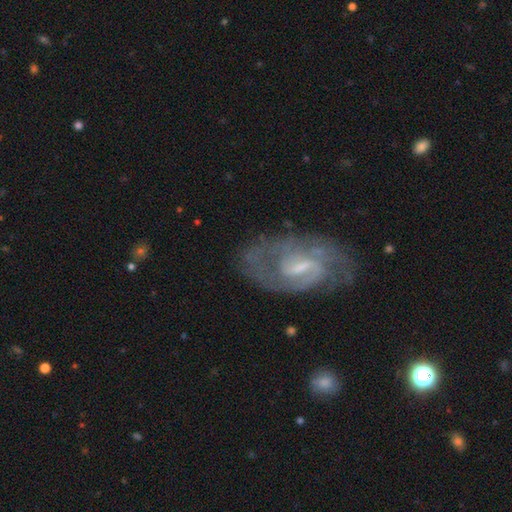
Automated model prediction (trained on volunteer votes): smooth_or_featured: featured or disk (p=0.82) [alt: smooth p=0.11]
disk_edge_on: no (p=0.96) [alt: yes p=0.04]
bar: weak (p=0.59) [alt: strong p=0.22]
has_spiral_arms: yes (p=0.91) [alt: no p=0.09]
spiral_winding: medium (p=0.44) [alt: tight p=0.43]
spiral_arm_count: 2 (p=0.57) [alt: can't tell p=0.24]
bulge_size: small (p=0.48) [alt: moderate p=0.32]
merging: none (p=0.69) [alt: minor disturbance p=0.19]